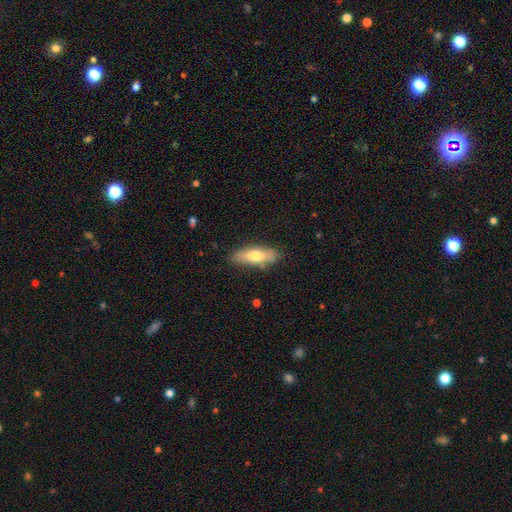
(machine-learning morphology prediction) Smooth or featured? Predicted: smooth (p=0.65). How rounded? Predicted: cigar-shaped (p=0.51). Merging? Predicted: none (p=0.81).